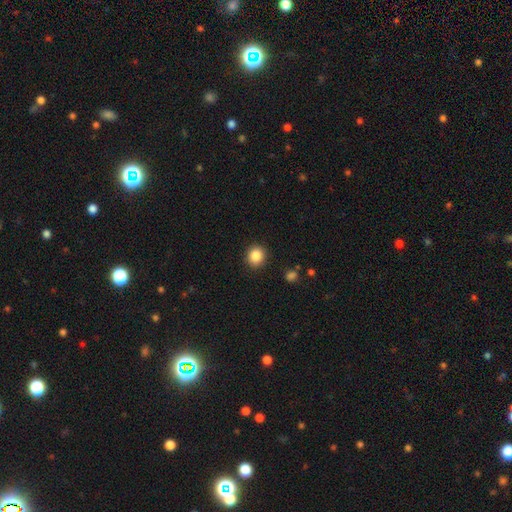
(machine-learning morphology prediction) Smooth or featured: smooth — 86% (star or artifact — 10%)
How rounded: round — 84% (in between — 15%)
Merging: none — 90% (minor disturbance — 6%)